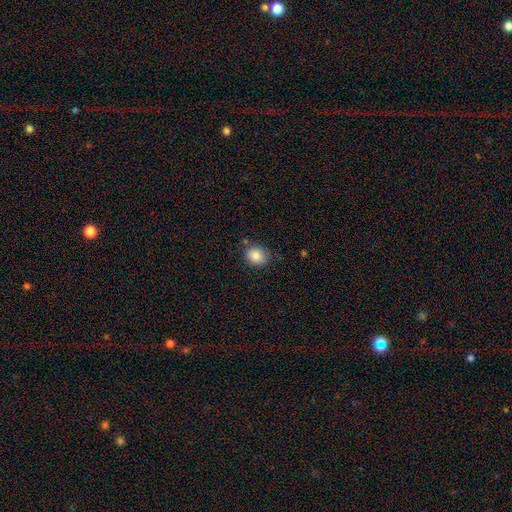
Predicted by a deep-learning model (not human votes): Smooth or featured? Predicted: smooth (p=0.85). How rounded? Predicted: round (p=0.59). Merging? Predicted: none (p=0.74).